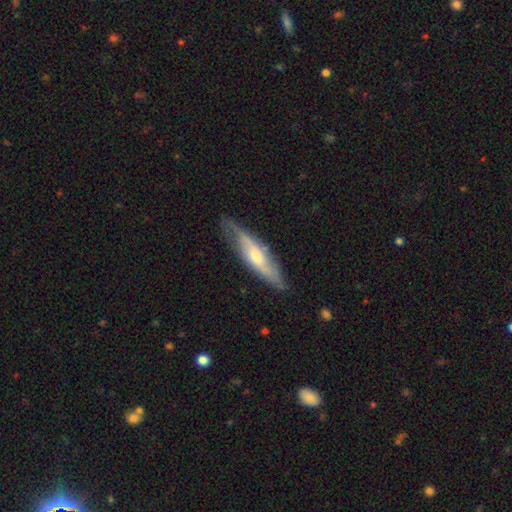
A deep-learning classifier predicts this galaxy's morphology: type=featured or disk (55%); edge-on=yes (57%); merging=none (74%).